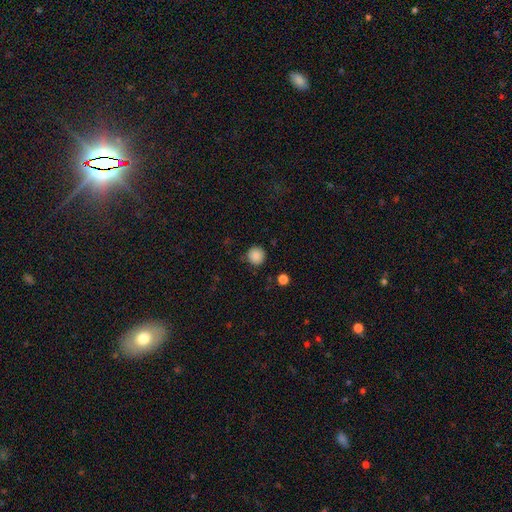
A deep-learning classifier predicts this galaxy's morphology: Q: Smooth or featured?
A: smooth (87%); runner-up: star or artifact (10%)
Q: How rounded?
A: round (95%); runner-up: in between (4%)
Q: Merging?
A: none (85%); runner-up: minor disturbance (10%)